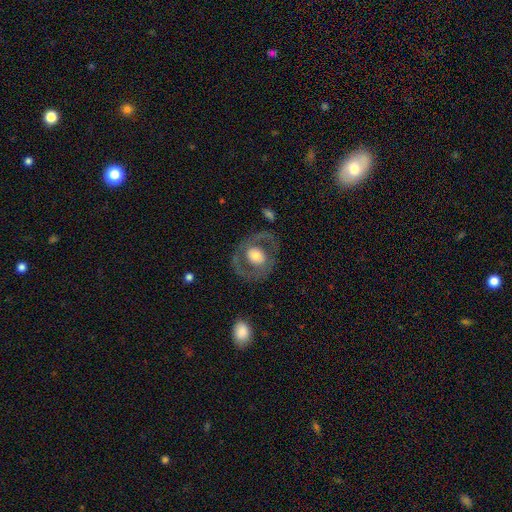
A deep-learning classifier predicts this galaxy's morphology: A featured or disk galaxy (62%) with no bar (71%), no spiral arms (57%) and a moderate central bulge (51%).

Vote fractions:
- Smooth or featured? featured or disk: 62% / smooth: 32% / star or artifact: 6%
- Edge-on disk? no: 96% / yes: 4%
- Bar? no: 71% / weak: 21% / strong: 8%
- Spiral arms? no: 57% / yes: 43%
- Bulge size? moderate: 51% / large: 32% / small: 12% / dominant: 3% / none: 2%
- Merging? none: 75% / minor disturbance: 12% / major disturbance: 12% / merger: 2%